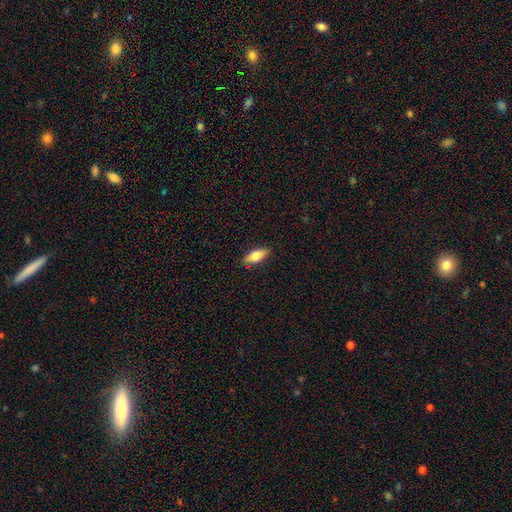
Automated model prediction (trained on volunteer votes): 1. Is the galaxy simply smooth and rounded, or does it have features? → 74% smooth, 20% featured or disk, 6% star or artifact.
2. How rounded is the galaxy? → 73% in between, 24% cigar-shaped, 3% round.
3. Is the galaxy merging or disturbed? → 89% none, 8% minor disturbance, 2% major disturbance, 1% merger.